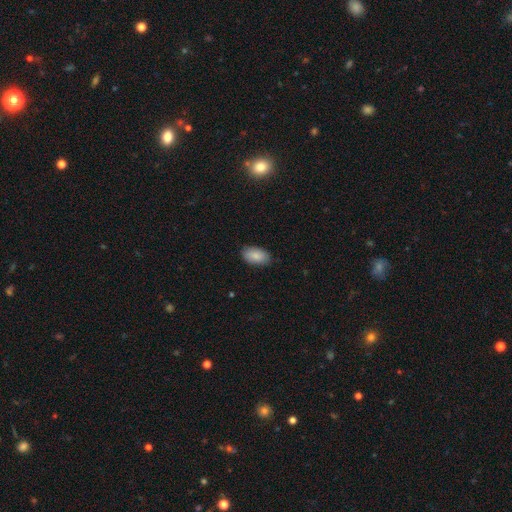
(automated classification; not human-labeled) Smooth or featured? smooth (87%)
How rounded? in between (94%)
Merging? none (84%)